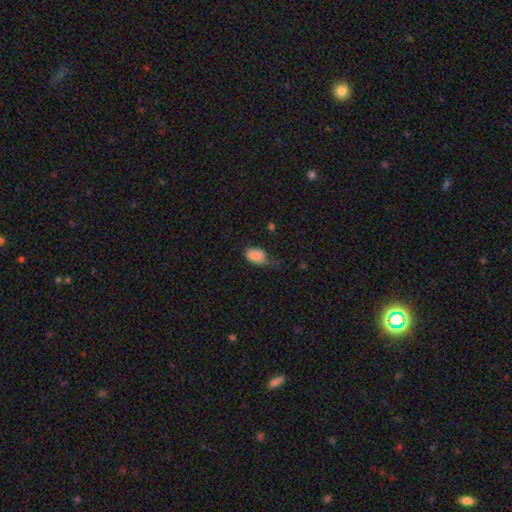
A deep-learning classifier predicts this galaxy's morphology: This is clearly a smooth galaxy (82%). How rounded: clearly in between (89%). Merging: marginally minor disturbance (41%).